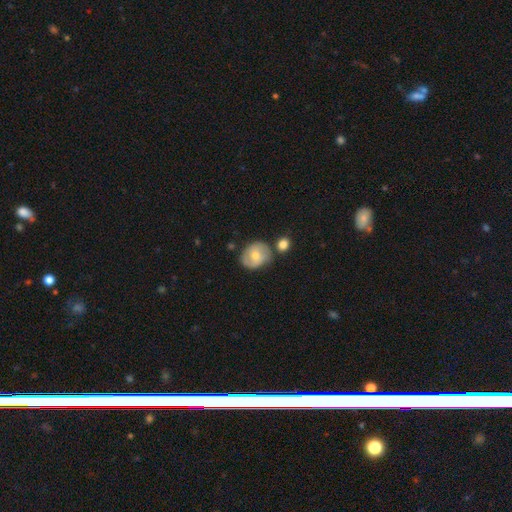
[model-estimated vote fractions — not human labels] Morphology: type=smooth (50%); roundness=round (63%); merging=none (66%).